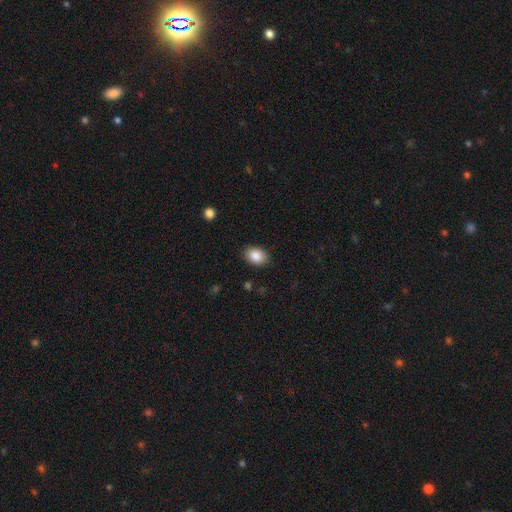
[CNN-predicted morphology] Overall: smooth (87%). How rounded: in between (77%). Merging: none (87%).